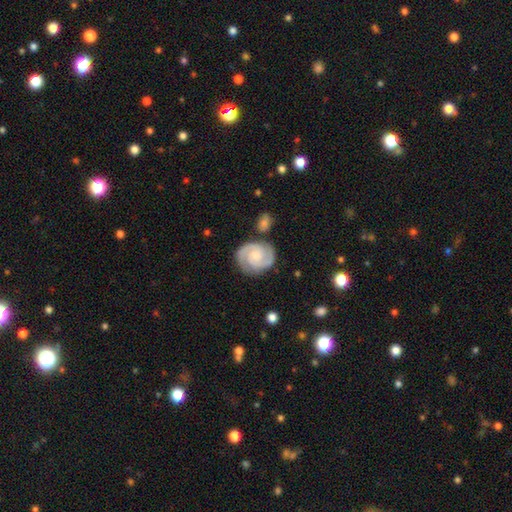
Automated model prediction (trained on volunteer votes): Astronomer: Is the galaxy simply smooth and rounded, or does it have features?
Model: featured or disk — 85%.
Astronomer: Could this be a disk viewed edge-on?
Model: no — 98%.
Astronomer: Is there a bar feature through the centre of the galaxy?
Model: no — 63%.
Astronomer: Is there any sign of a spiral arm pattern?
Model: yes — 97%.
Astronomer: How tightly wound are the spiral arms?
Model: tight — 58% (runner-up: medium, 37%).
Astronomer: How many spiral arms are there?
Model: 2 — 89%.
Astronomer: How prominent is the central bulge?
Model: small — 50% (runner-up: moderate, 34%).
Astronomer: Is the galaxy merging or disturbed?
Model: none — 76%.